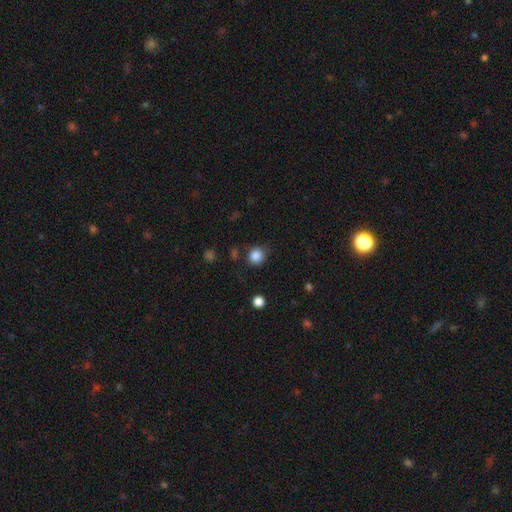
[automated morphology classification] smooth-or-featured: smooth: 85% | star or artifact: 11% | featured or disk: 4%
  how-rounded: round: 87% | in between: 12% | cigar-shaped: 1%
  merging: none: 81% | minor disturbance: 12% | major disturbance: 4% | merger: 3%